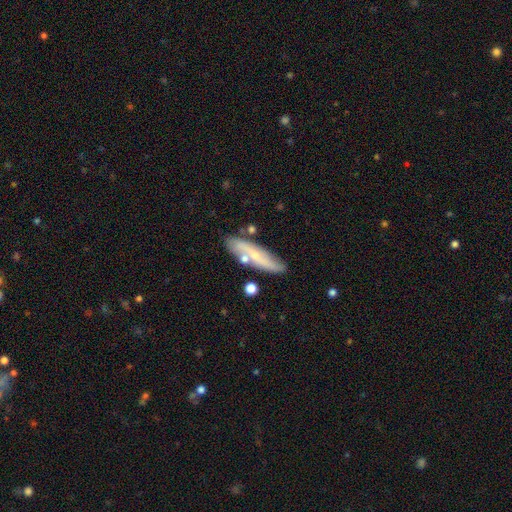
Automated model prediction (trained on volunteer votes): Smooth or featured? Predicted: featured or disk (p=0.51). Edge-on disk? Predicted: no (p=0.58). Merging? Predicted: none (p=0.71).